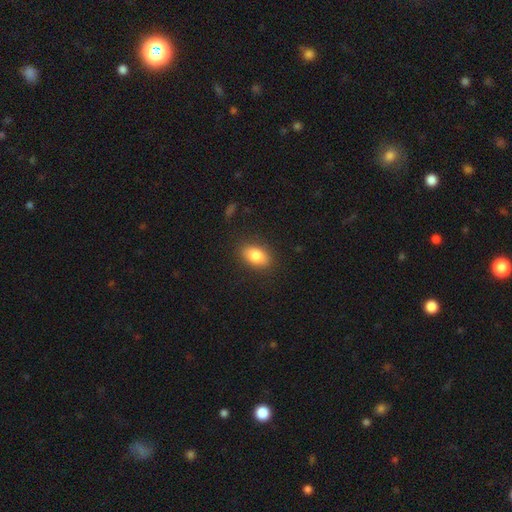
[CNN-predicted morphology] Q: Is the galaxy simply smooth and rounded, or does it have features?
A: smooth — 82%.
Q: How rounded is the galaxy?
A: in between — 85%.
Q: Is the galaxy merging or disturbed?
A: none — 86%.